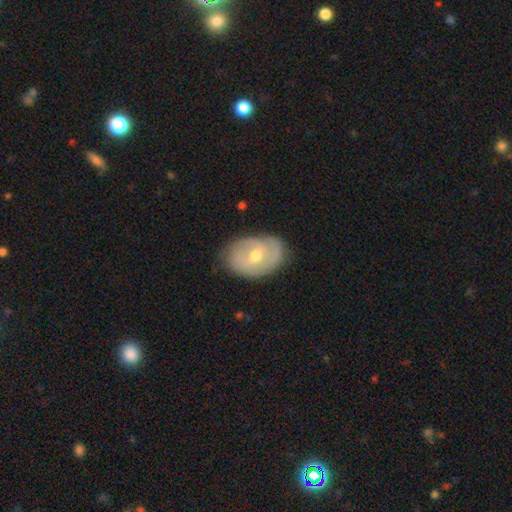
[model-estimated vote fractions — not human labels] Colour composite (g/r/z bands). It shows a featured or disk galaxy (64%) with no bar (55%), spiral arms (73%) and a moderate central bulge (66%). Merging: none (70%).